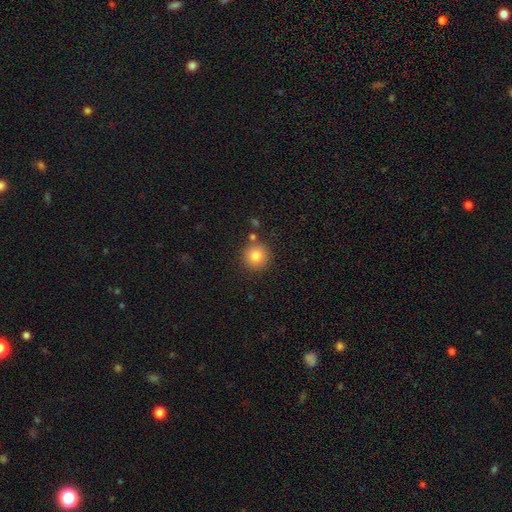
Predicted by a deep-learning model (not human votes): smooth 82%, star or artifact 11%, featured or disk 7%. Down the decision tree: how rounded — round (95%); merging — none (83%).